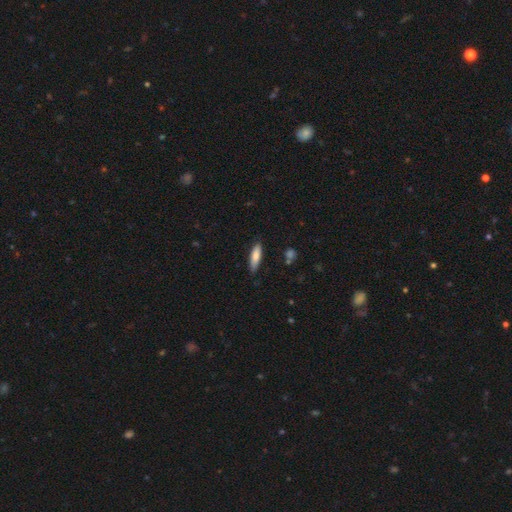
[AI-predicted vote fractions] This is likely a smooth galaxy (77%). How rounded: possibly cigar-shaped (60%). Merging: clearly none (84%).